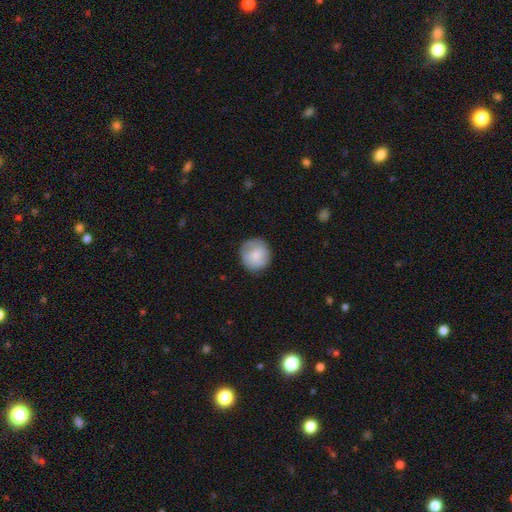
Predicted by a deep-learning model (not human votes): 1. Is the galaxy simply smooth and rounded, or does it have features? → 77% smooth, 16% featured or disk, 7% star or artifact.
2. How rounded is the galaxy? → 90% round, 9% in between, 1% cigar-shaped.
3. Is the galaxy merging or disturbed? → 80% none, 15% minor disturbance, 4% major disturbance, 1% merger.